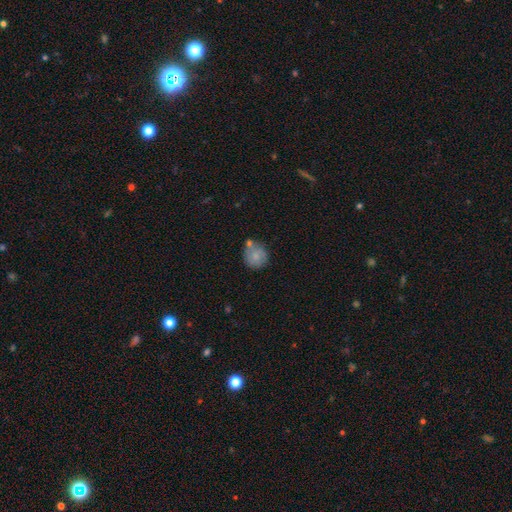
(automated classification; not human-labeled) This is likely a smooth galaxy (76%). How rounded: clearly round (87%). Merging: possibly none (56%).